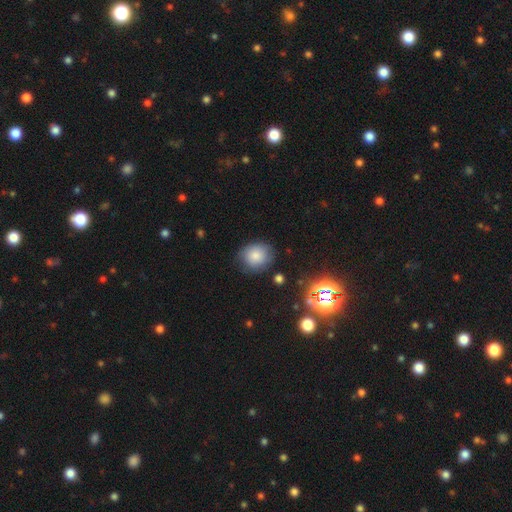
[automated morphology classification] smooth 80%, star or artifact 11%, featured or disk 8%. Down the decision tree: how rounded — round (73%); merging — none (77%).